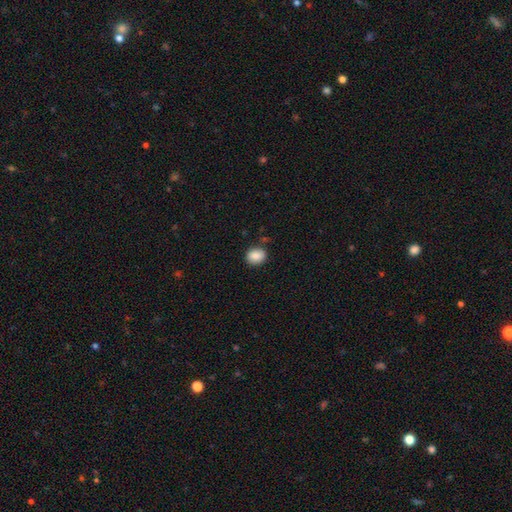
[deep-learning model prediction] This is clearly a smooth galaxy (87%). How rounded: possibly round (55%). Merging: clearly none (82%).